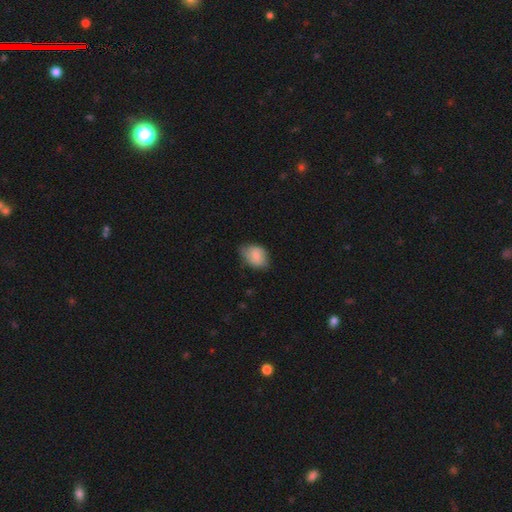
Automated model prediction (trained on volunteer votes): Smooth or featured?
  - smooth: 81% *
  - featured or disk: 12%
  - star or artifact: 6%
How rounded?
  - in between: 75% *
  - round: 24%
  - cigar-shaped: 1%
Merging?
  - none: 62% *
  - minor disturbance: 31%
  - major disturbance: 6%
  - merger: 1%